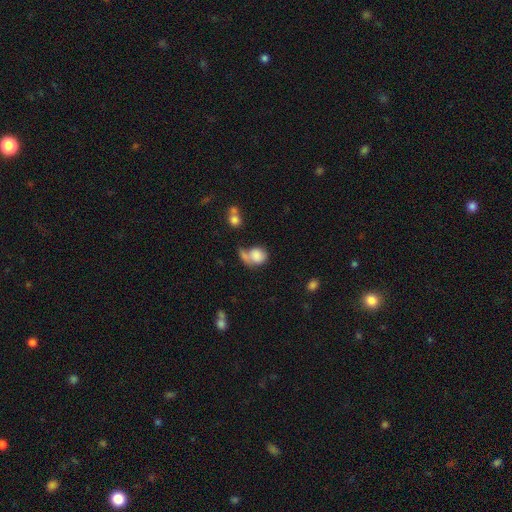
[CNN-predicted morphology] smooth-or-featured: smooth: 78% | featured or disk: 13% | star or artifact: 9%
  how-rounded: round: 58% | in between: 40% | cigar-shaped: 1%
  merging: none: 32% | merger: 31% | major disturbance: 19% | minor disturbance: 18%